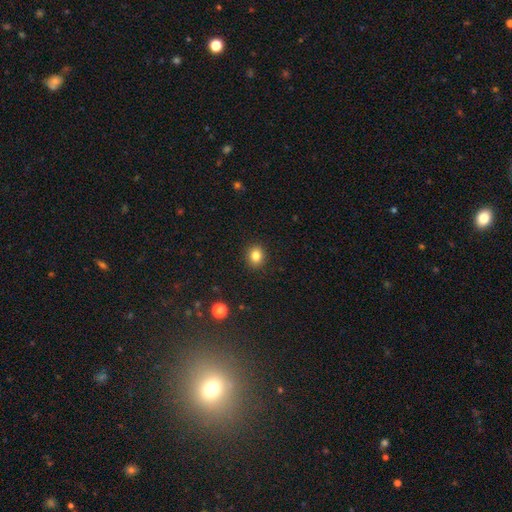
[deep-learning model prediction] Smooth or featured? smooth (82%)
How rounded? round (70%)
Merging? none (91%)